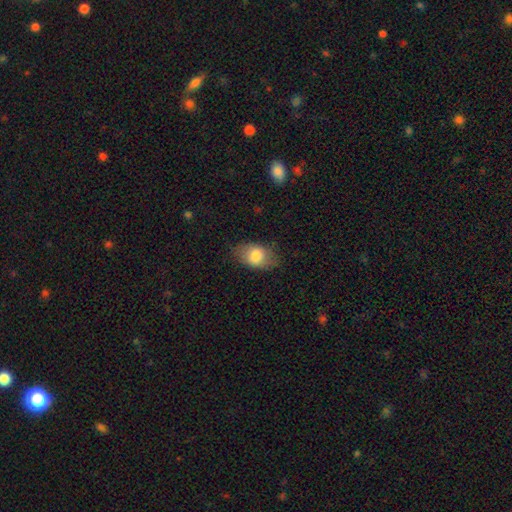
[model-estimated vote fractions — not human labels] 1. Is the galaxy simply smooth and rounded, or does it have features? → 79% smooth, 14% featured or disk, 7% star or artifact.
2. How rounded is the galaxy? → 87% in between, 11% round, 2% cigar-shaped.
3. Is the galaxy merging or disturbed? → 77% none, 17% minor disturbance, 5% major disturbance, 1% merger.